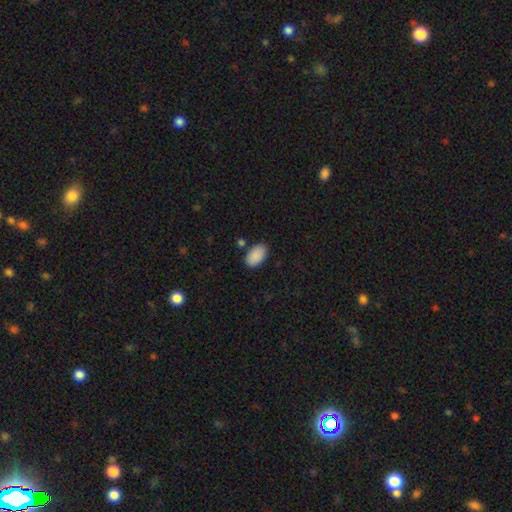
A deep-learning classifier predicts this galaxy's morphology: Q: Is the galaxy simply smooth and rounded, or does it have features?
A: smooth — 90%.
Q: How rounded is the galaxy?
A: in between — 94%.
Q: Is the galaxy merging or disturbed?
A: none — 80%.